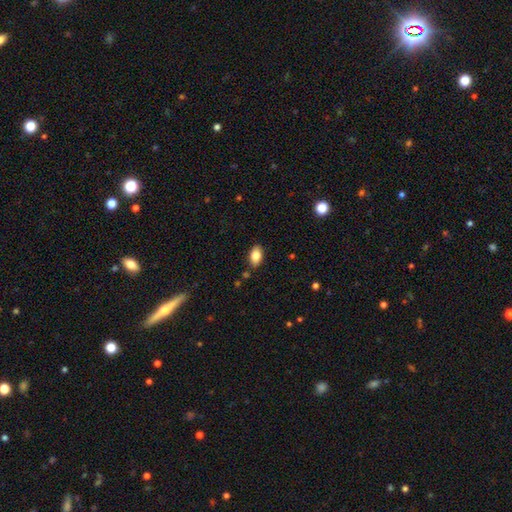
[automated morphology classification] Smooth or featured: smooth — 84% (featured or disk — 8%)
How rounded: in between — 91% (round — 7%)
Merging: none — 84% (minor disturbance — 11%)